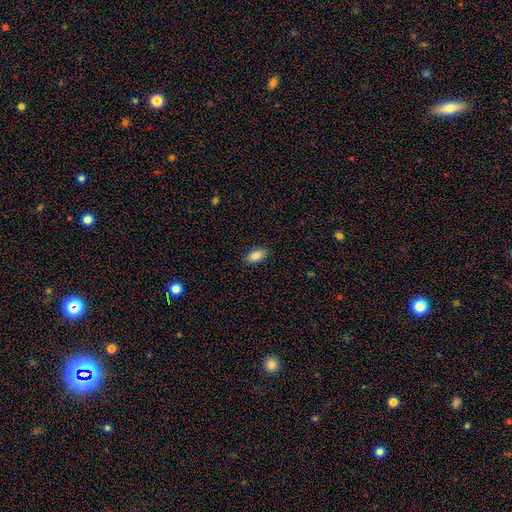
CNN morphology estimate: smooth-or-featured: smooth: 86% | star or artifact: 7% | featured or disk: 6%
  how-rounded: in between: 92% | cigar-shaped: 4% | round: 4%
  merging: none: 88% | minor disturbance: 9% | major disturbance: 2% | merger: 1%